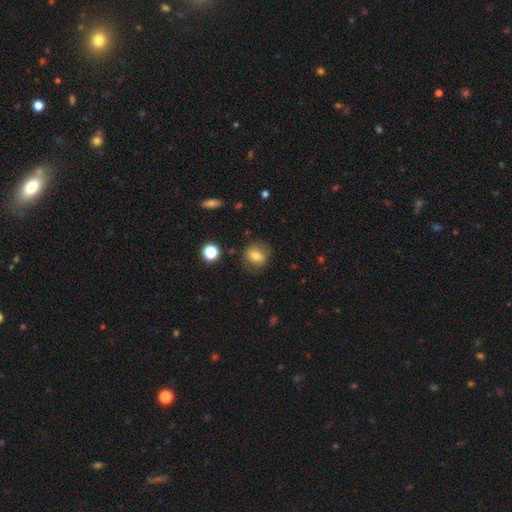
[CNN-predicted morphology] smooth 73%, featured or disk 16%, star or artifact 11%. Down the decision tree: how rounded — round (64%); merging — none (77%).